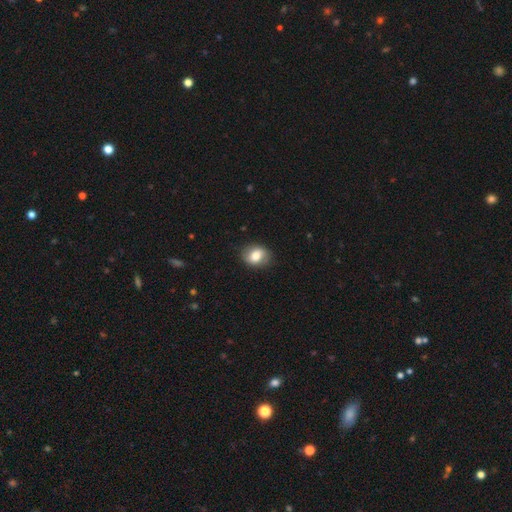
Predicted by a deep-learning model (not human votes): Smooth or featured: smooth — 73% (featured or disk — 19%)
How rounded: in between — 52% (round — 47%)
Merging: none — 82% (minor disturbance — 14%)